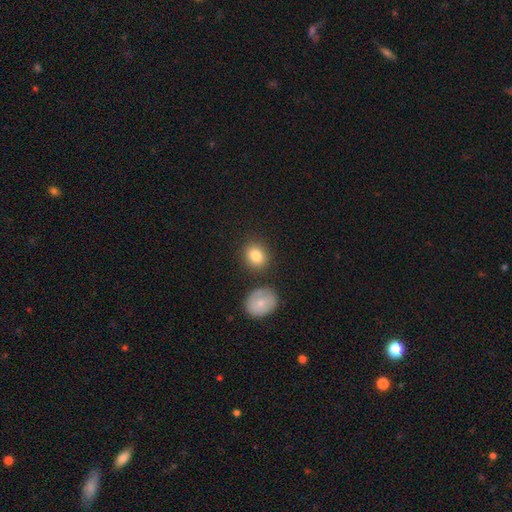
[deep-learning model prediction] A smooth galaxy with no disk features (84%) that is round (71%).

Vote fractions:
- Smooth or featured? smooth: 84% / star or artifact: 9% / featured or disk: 7%
- How rounded? round: 71% / in between: 28% / cigar-shaped: 1%
- Merging? none: 81% / minor disturbance: 10% / merger: 6% / major disturbance: 3%